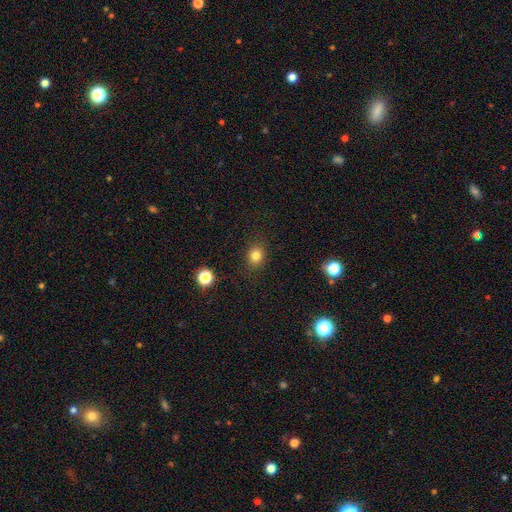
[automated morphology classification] Smooth or featured: smooth — 81% (star or artifact — 13%)
How rounded: round — 66% (in between — 33%)
Merging: none — 87% (minor disturbance — 9%)